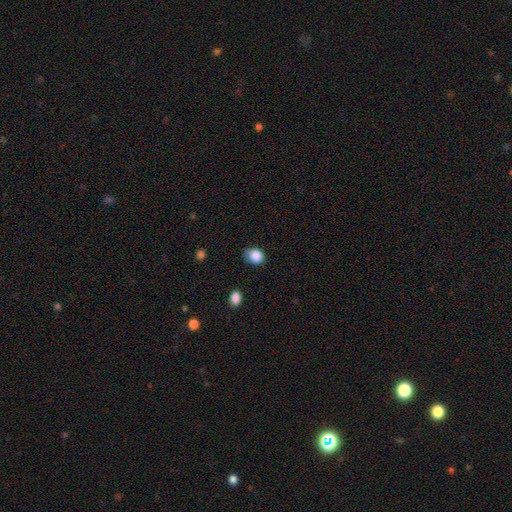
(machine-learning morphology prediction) Smooth or featured? Predicted: smooth (p=0.85). How rounded? Predicted: in between (p=0.50). Merging? Predicted: none (p=0.53).